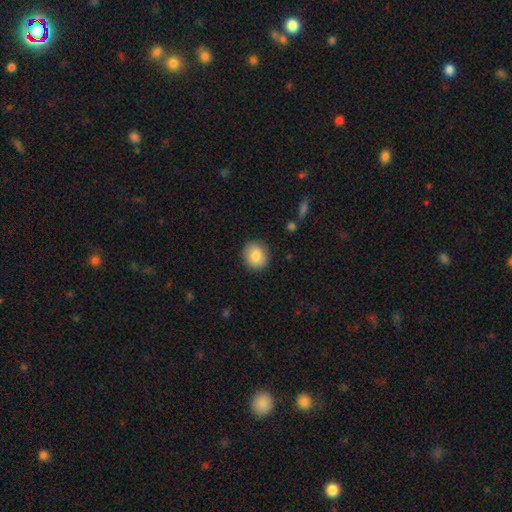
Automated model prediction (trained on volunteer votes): A smooth galaxy with no disk features (85%) that is round (75%). Merging: none (88%).